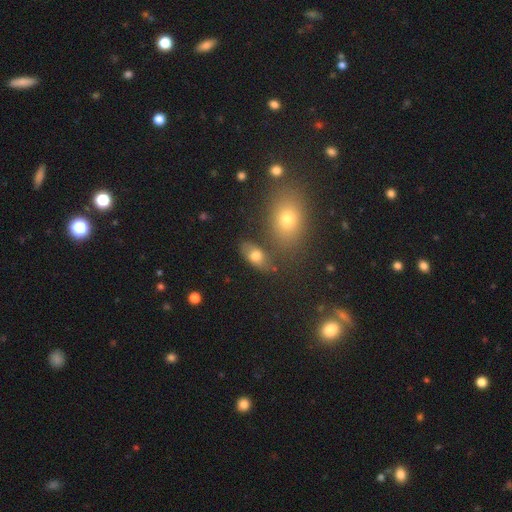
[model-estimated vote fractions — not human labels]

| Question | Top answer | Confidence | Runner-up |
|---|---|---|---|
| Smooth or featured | smooth | 71% | featured or disk (18%) |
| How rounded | in between | 86% | round (10%) |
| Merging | none | 67% | minor disturbance (15%) |